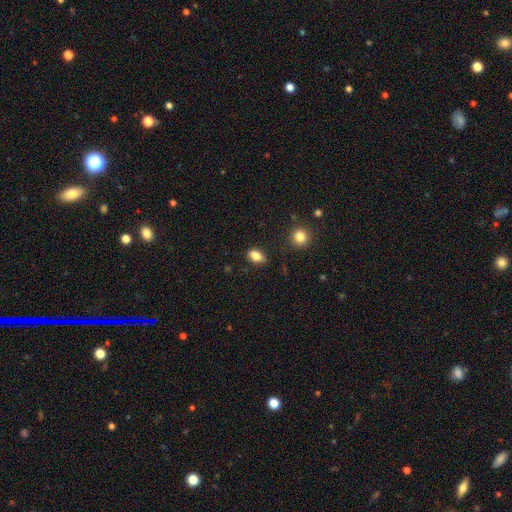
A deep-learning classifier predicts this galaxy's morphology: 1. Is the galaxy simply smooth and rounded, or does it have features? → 83% smooth, 10% star or artifact, 7% featured or disk.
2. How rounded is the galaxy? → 83% in between, 14% round, 2% cigar-shaped.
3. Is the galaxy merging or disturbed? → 85% none, 11% minor disturbance, 2% major disturbance, 2% merger.